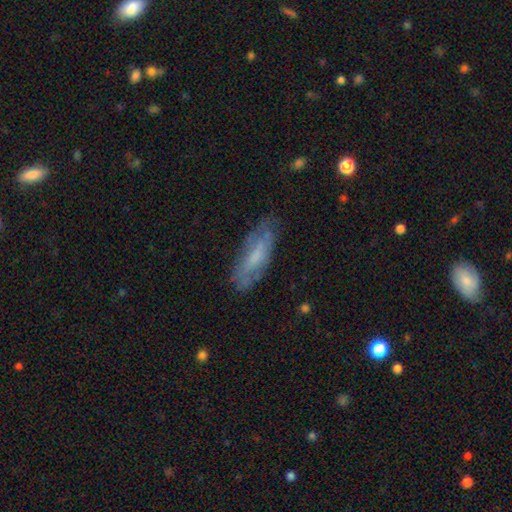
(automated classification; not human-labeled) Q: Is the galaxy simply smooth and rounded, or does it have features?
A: featured or disk — 48%.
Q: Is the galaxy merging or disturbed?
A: none — 69%.